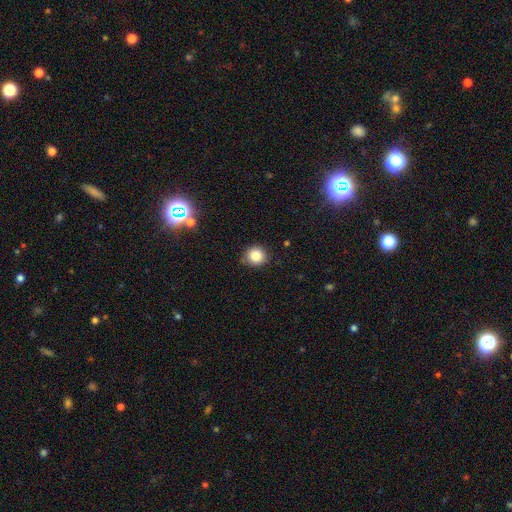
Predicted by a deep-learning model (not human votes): A smooth galaxy with no disk features (83%) that is round (89%).

Vote fractions:
- Smooth or featured? smooth: 83% / star or artifact: 11% / featured or disk: 6%
- How rounded? round: 89% / in between: 10% / cigar-shaped: 1%
- Merging? none: 83% / minor disturbance: 13% / major disturbance: 3% / merger: 2%